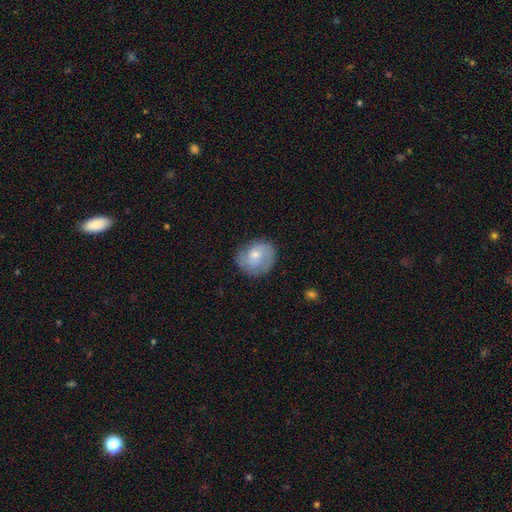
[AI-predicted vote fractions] smooth-or-featured: smooth: 50% | featured or disk: 42% | star or artifact: 7%
  how-rounded: round: 72% | in between: 27% | cigar-shaped: 1%
  merging: none: 68% | minor disturbance: 22% | major disturbance: 9% | merger: 2%